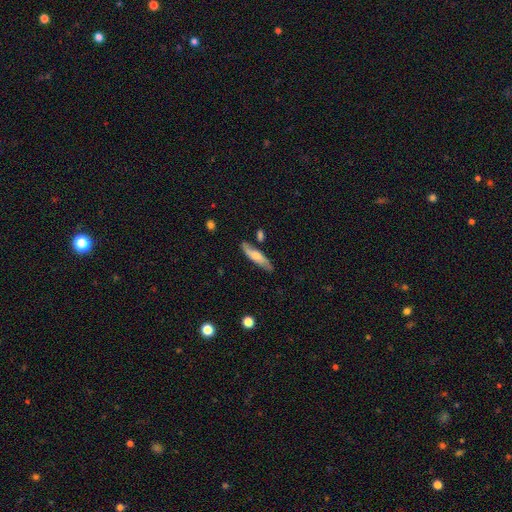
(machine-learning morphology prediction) Smooth or featured: smooth — 54% (featured or disk — 40%)
How rounded: cigar-shaped — 69% (in between — 29%)
Merging: none — 75% (minor disturbance — 16%)